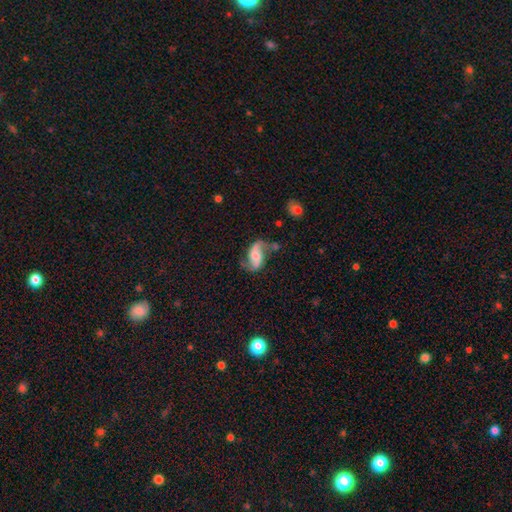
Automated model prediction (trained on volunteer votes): Q: Smooth or featured?
A: featured or disk (80%); runner-up: smooth (14%)
Q: Edge-on disk?
A: no (97%); runner-up: yes (3%)
Q: Bar?
A: no (41%); runner-up: weak (37%)
Q: Spiral arms?
A: yes (94%); runner-up: no (6%)
Q: Spiral winding?
A: loose (66%); runner-up: medium (27%)
Q: Spiral arm count?
A: 2 (90%); runner-up: 1 (4%)
Q: Bulge size?
A: moderate (45%); runner-up: small (33%)
Q: Merging?
A: none (58%); runner-up: minor disturbance (21%)